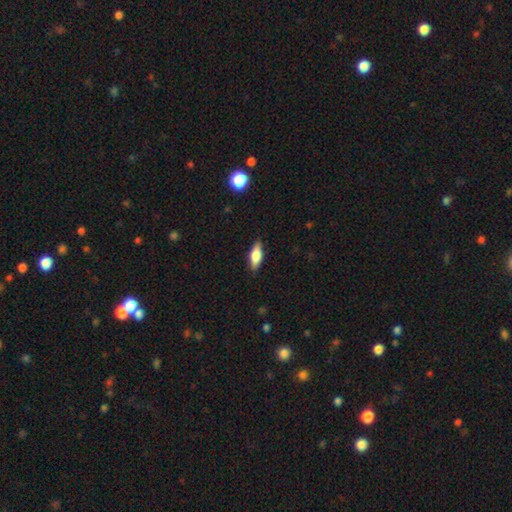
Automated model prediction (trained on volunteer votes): This appears to be a smooth galaxy with no disk features (69%) that is in between round and cigar-shaped (67%). Merging: none (86%).